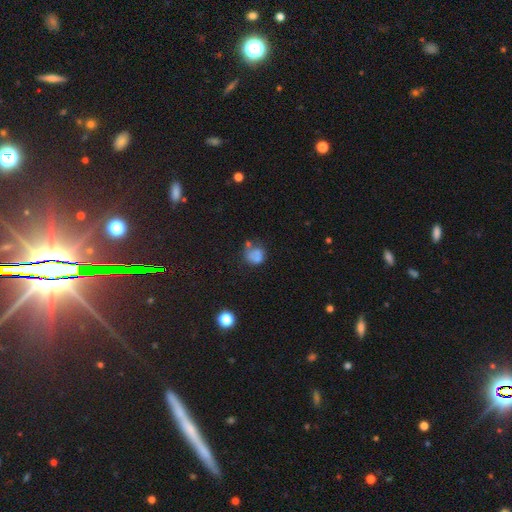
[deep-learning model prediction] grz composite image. It shows a smooth galaxy with no disk features (63%) that is round (70%). Merging: none (38%).